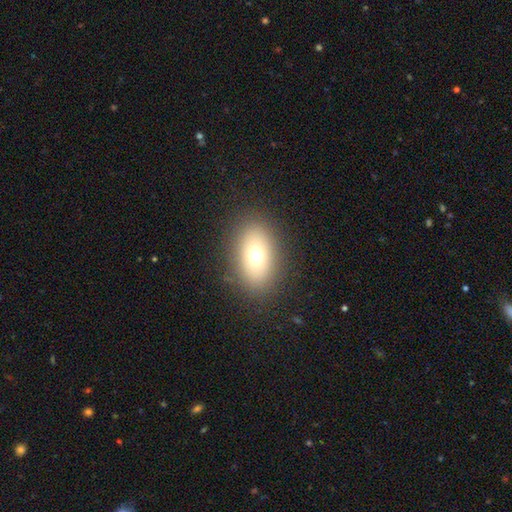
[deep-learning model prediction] The model was most divided on "smooth or featured": smooth: 71%, featured or disk: 17%, star or artifact: 12%. More confident: merging — none (87%); how rounded — in between (84%).